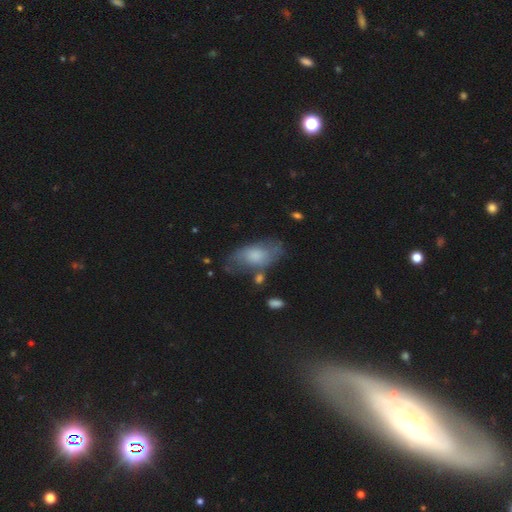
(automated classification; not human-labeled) Q: Smooth or featured?
A: smooth (53%); runner-up: featured or disk (39%)
Q: How rounded?
A: in between (89%); runner-up: cigar-shaped (6%)
Q: Merging?
A: none (56%); runner-up: minor disturbance (25%)